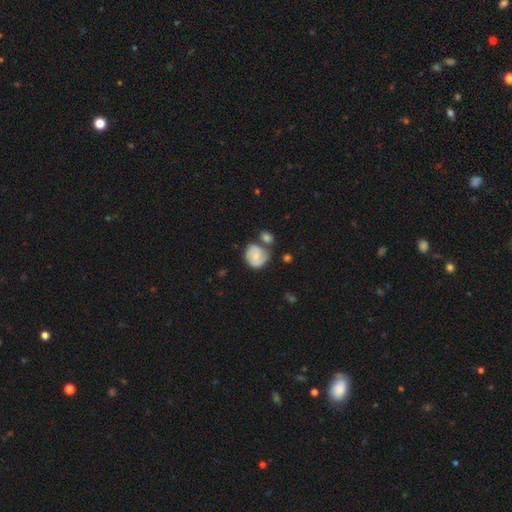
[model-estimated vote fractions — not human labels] Smooth or featured? Predicted: smooth (p=0.51). How rounded? Predicted: round (p=0.71). Merging? Predicted: none (p=0.42).